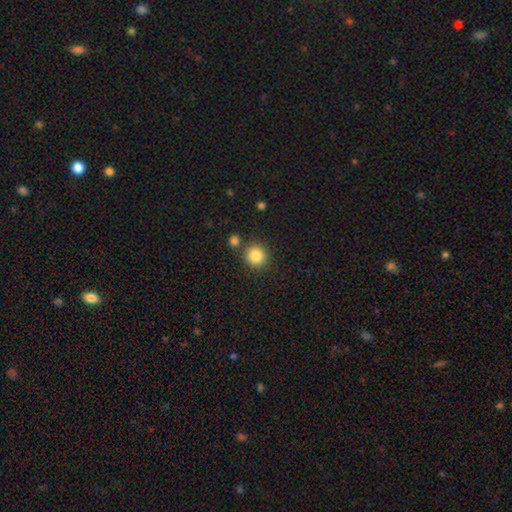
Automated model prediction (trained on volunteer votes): Overall: smooth (86%). How rounded: round (92%). Merging: none (81%).